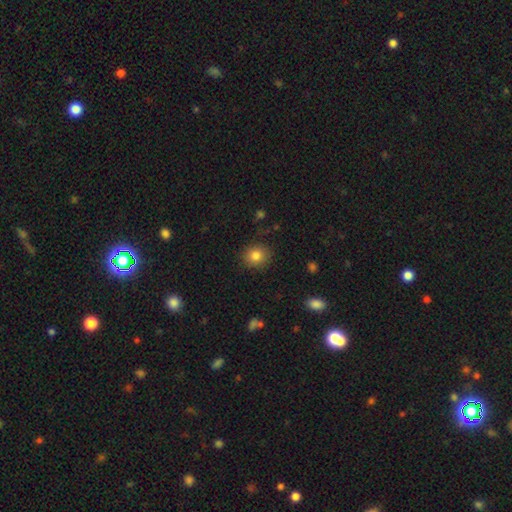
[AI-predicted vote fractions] The model was most divided on "how rounded": round: 77%, in between: 22%, cigar-shaped: 1%. More confident: merging — none (87%); smooth or featured — smooth (82%).